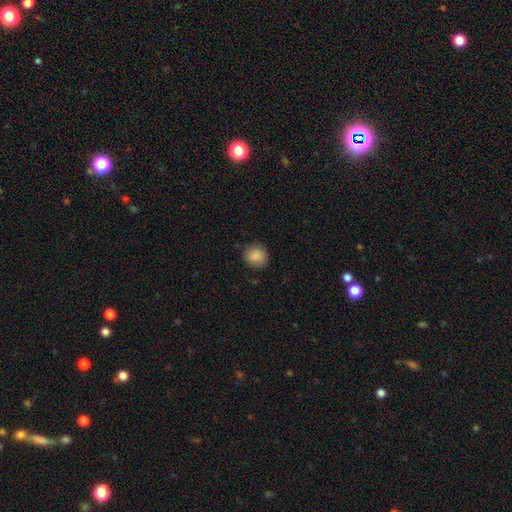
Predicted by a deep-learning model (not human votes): Smooth or featured?
  - smooth: 88% *
  - star or artifact: 8%
  - featured or disk: 4%
How rounded?
  - round: 83% *
  - in between: 16%
  - cigar-shaped: 1%
Merging?
  - none: 83% *
  - minor disturbance: 12%
  - major disturbance: 3%
  - merger: 1%